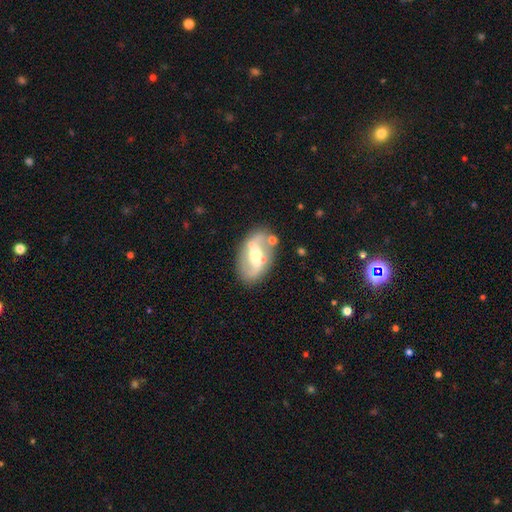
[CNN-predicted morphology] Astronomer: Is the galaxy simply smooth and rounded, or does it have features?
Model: featured or disk — 71%.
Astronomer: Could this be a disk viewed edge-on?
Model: no — 92%.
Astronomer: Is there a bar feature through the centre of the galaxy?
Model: strong — 48% (runner-up: weak, 34%).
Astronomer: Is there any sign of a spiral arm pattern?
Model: yes — 62% (runner-up: no, 38%).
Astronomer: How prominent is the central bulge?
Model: moderate — 61%.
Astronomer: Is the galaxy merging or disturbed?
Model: none — 73%.